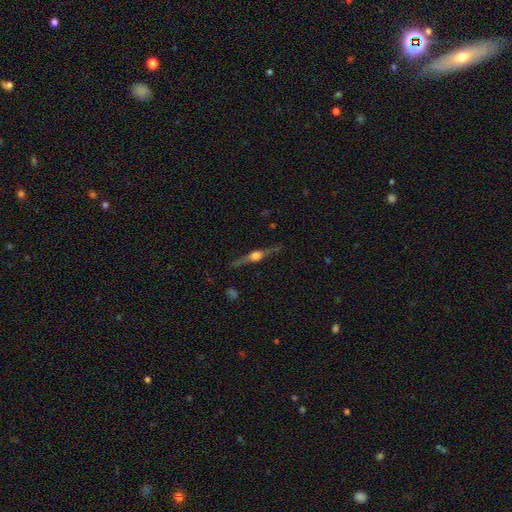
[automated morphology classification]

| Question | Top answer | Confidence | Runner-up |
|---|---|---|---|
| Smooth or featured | featured or disk | 81% | smooth (12%) |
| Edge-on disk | yes | 97% | no (3%) |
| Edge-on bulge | rounded | 92% | boxy (6%) |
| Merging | none | 85% | minor disturbance (10%) |